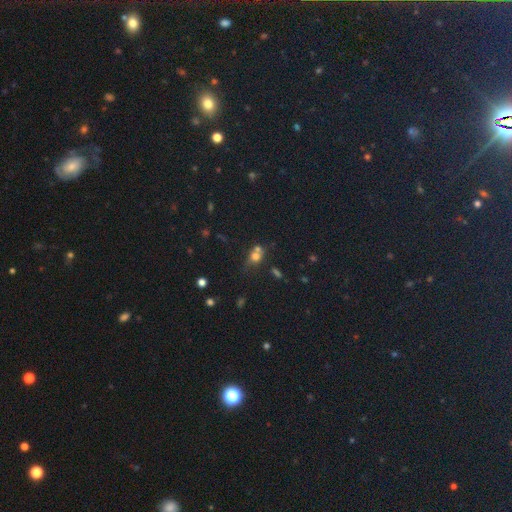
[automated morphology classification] smooth-or-featured: smooth: 65% | star or artifact: 21% | featured or disk: 14%
  how-rounded: round: 68% | in between: 30% | cigar-shaped: 2%
  merging: merger: 42% | none: 41% | minor disturbance: 12% | major disturbance: 6%